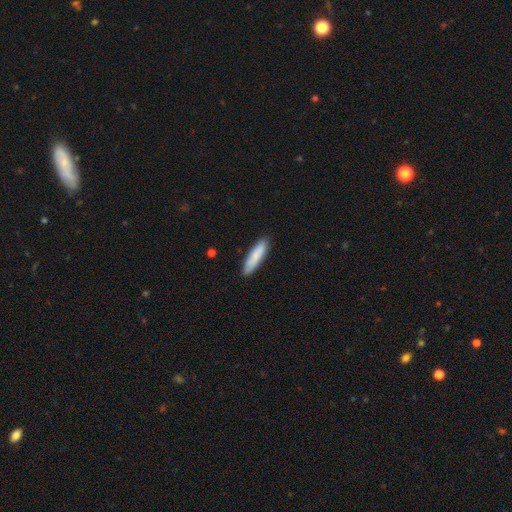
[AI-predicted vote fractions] A smooth galaxy with no disk features (83%) that is cigar-shaped (69%). Merging: none (86%).